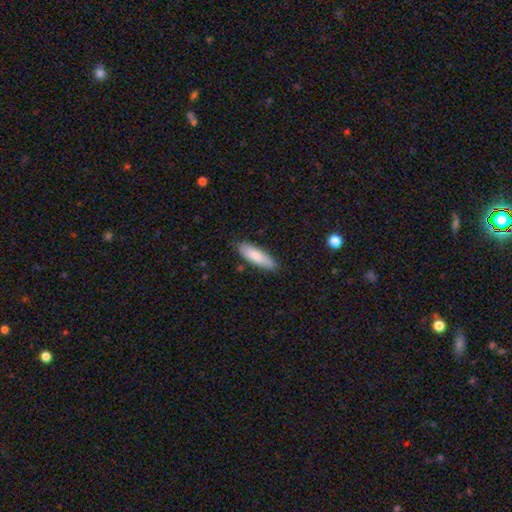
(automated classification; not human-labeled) A smooth galaxy with no disk features (82%) that is cigar-shaped (49%, tied with in between). Merging: none (82%).